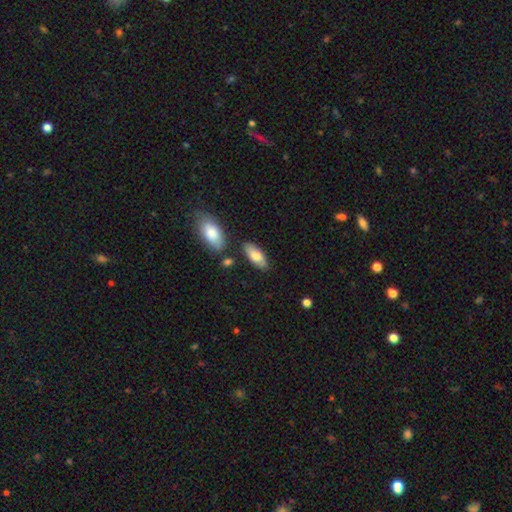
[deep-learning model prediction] Smooth or featured?
  - smooth: 72% *
  - featured or disk: 22%
  - star or artifact: 6%
How rounded?
  - in between: 85% *
  - cigar-shaped: 12%
  - round: 2%
Merging?
  - none: 77% *
  - minor disturbance: 14%
  - merger: 6%
  - major disturbance: 3%